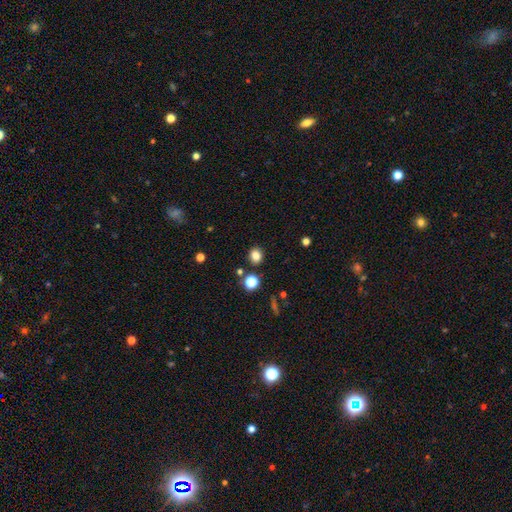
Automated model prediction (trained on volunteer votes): A smooth galaxy with no disk features (82%) that is round (73%).

Vote fractions:
- Smooth or featured? smooth: 82% / star or artifact: 13% / featured or disk: 5%
- How rounded? round: 73% / in between: 26% / cigar-shaped: 1%
- Merging? none: 87% / minor disturbance: 7% / merger: 4% / major disturbance: 2%